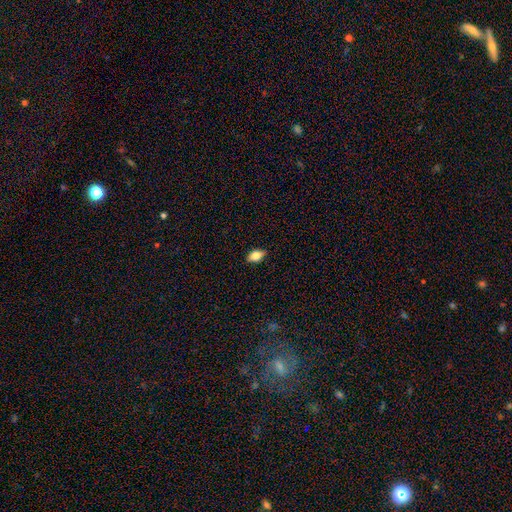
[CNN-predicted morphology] Overall: smooth (78%). How rounded: in between (87%). Merging: none (85%).